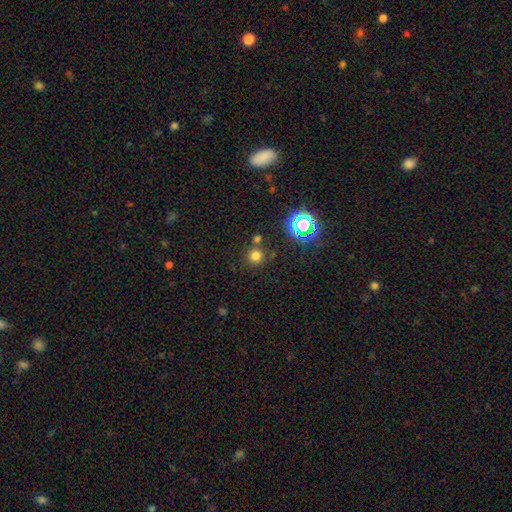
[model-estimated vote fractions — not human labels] smooth_or_featured: smooth (p=0.70) [alt: star or artifact p=0.23]
how_rounded: round (p=0.93) [alt: in between p=0.06]
merging: none (p=0.76) [alt: merger p=0.13]